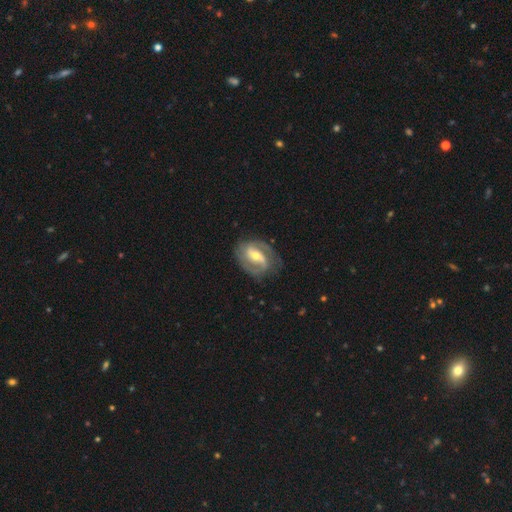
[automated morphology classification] smooth_or_featured: featured or disk (p=0.84) [alt: smooth p=0.11]
disk_edge_on: no (p=0.96) [alt: yes p=0.04]
bar: strong (p=0.42) [alt: weak p=0.39]
has_spiral_arms: yes (p=0.92) [alt: no p=0.08]
spiral_winding: medium (p=0.47) [alt: tight p=0.33]
spiral_arm_count: 2 (p=0.83) [alt: can't tell p=0.07]
bulge_size: moderate (p=0.60) [alt: small p=0.34]
merging: none (p=0.74) [alt: minor disturbance p=0.17]